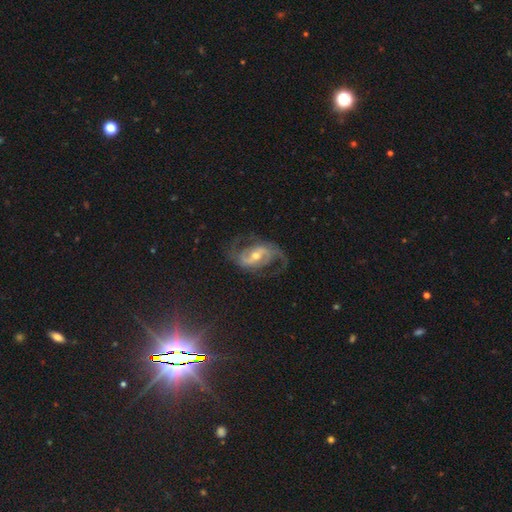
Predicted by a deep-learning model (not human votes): featured or disk 88%, star or artifact 7%, smooth 6%. Down the decision tree: edge-on disk — no (97%); bar — weak (44%); spiral arms — yes (96%); spiral arm count — 2 (87%); spiral winding — medium (49%); bulge size — moderate (59%); merging — none (69%).